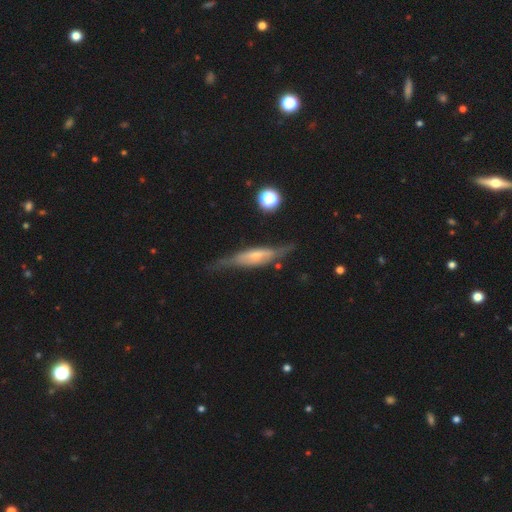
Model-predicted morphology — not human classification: A featured or disk galaxy (67%) viewed edge-on (83%) with a rounded central bulge (54%). Merging: none (66%).